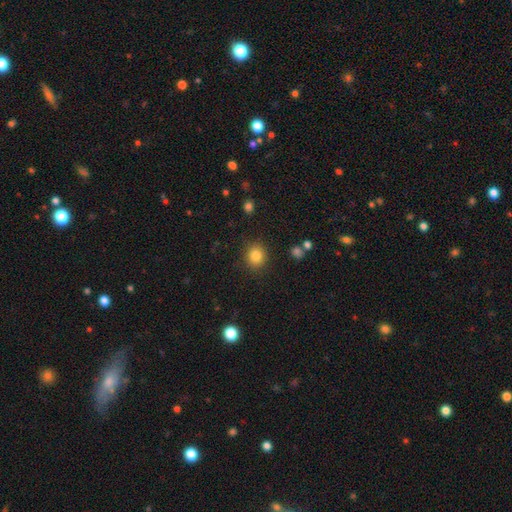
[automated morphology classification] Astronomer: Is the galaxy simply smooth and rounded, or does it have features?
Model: smooth — 84%.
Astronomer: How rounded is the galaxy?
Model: round — 82%.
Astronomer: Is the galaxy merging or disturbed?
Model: none — 88%.